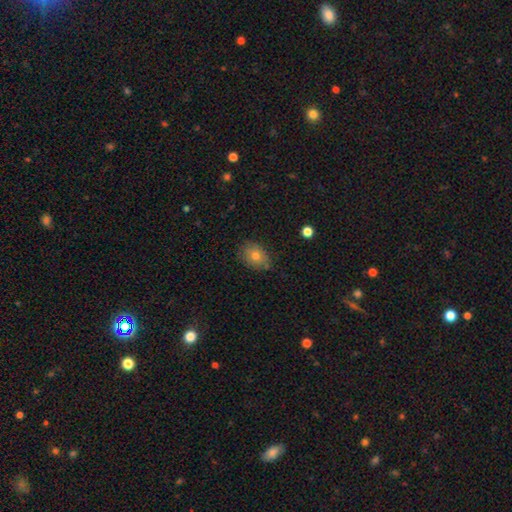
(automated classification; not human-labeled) Smooth or featured? smooth (76%)
How rounded? in between (61%)
Merging? none (79%)